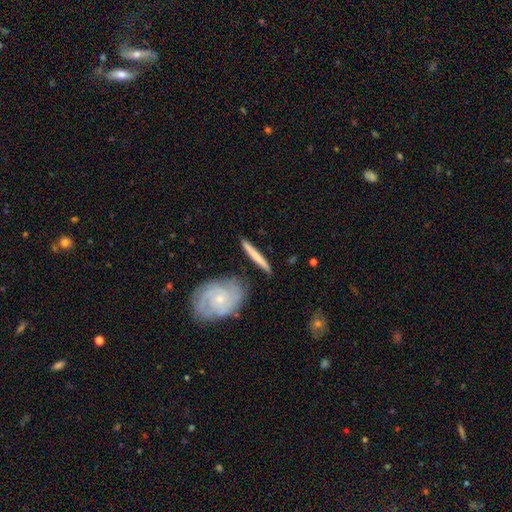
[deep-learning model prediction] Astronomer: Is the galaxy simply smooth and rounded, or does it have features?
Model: smooth — 47%, tied with featured or disk at 47%.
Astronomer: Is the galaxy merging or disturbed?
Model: none — 83%.